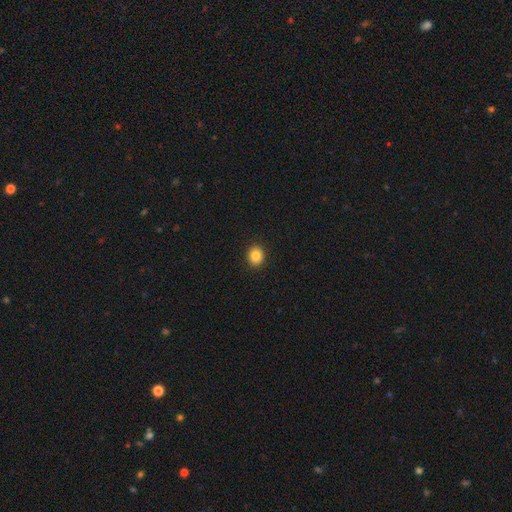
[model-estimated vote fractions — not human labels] Smooth or featured: smooth — 84% (star or artifact — 10%)
How rounded: round — 69% (in between — 31%)
Merging: none — 92% (minor disturbance — 6%)